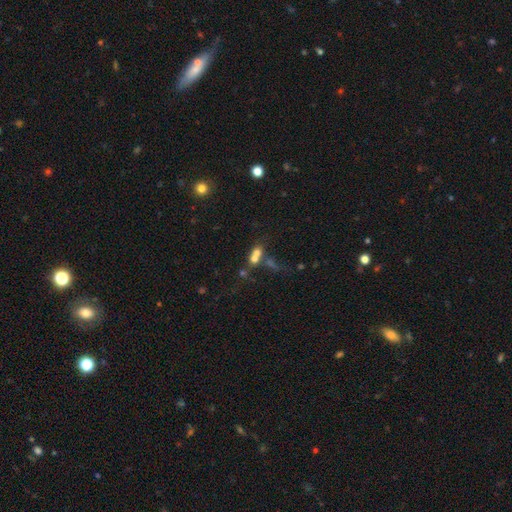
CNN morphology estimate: This is possibly a smooth galaxy (60%). How rounded: possibly round (58%). Merging: likely merger (62%).